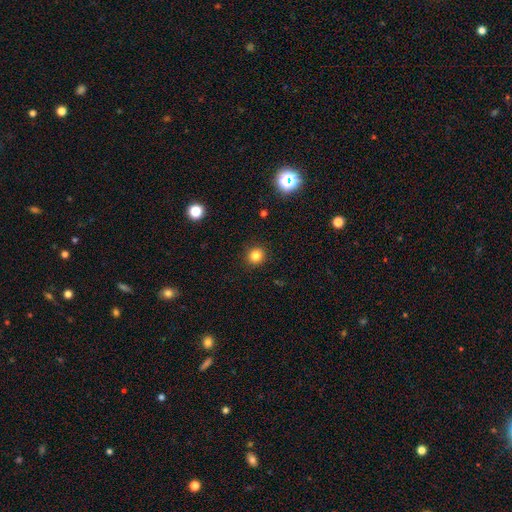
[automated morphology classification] The model was most divided on "smooth or featured": smooth: 83%, star or artifact: 13%, featured or disk: 4%. More confident: merging — none (91%); how rounded — round (89%).